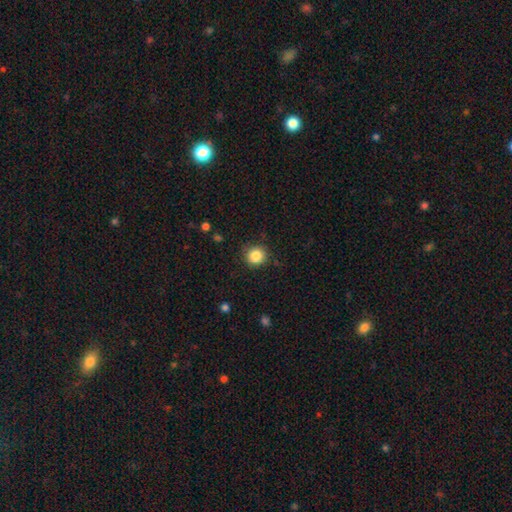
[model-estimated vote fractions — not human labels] smooth 85%, star or artifact 10%, featured or disk 5%. Down the decision tree: how rounded — round (92%); merging — none (87%).